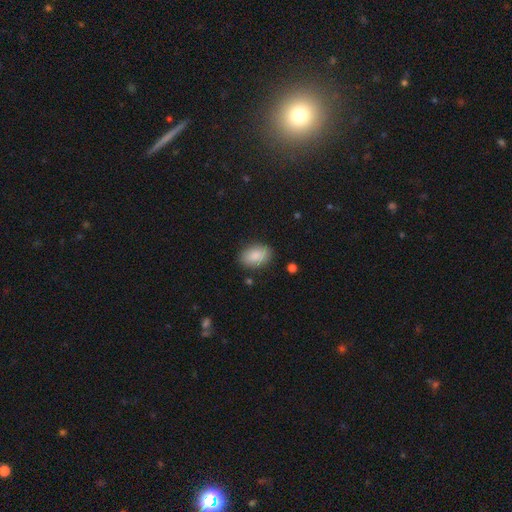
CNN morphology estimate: The model was most divided on "merging": none: 86%, minor disturbance: 10%, major disturbance: 3%, merger: 1%. More confident: how rounded — in between (90%); smooth or featured — smooth (88%).